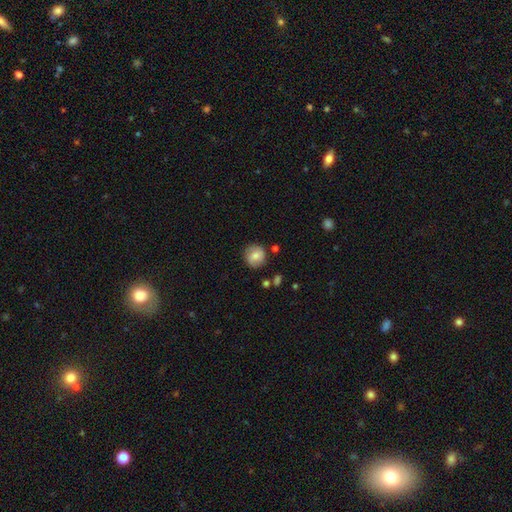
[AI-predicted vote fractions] Smooth or featured: smooth — 76% (featured or disk — 16%)
How rounded: round — 91% (in between — 8%)
Merging: none — 81% (minor disturbance — 13%)